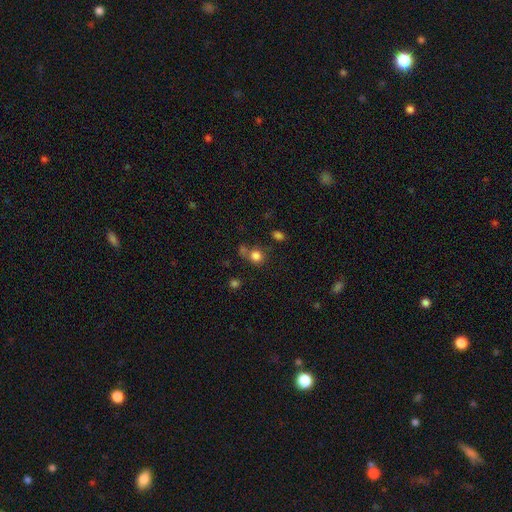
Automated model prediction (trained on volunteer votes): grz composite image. It shows a smooth galaxy with no disk features (80%) that is round (82%). Merging: none (60%).